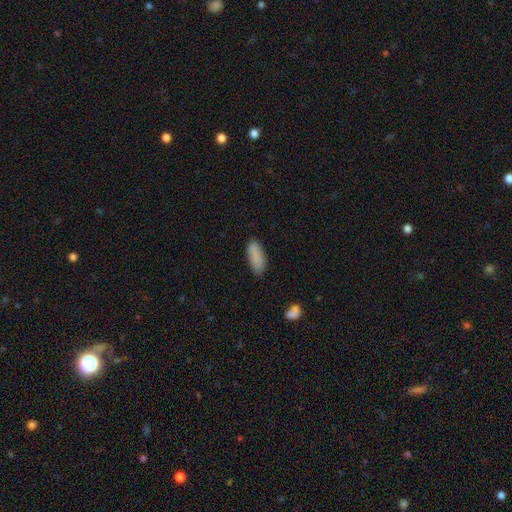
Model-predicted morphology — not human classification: Smooth or featured: smooth — 88% (star or artifact — 7%)
How rounded: in between — 70% (cigar-shaped — 28%)
Merging: none — 83% (minor disturbance — 13%)